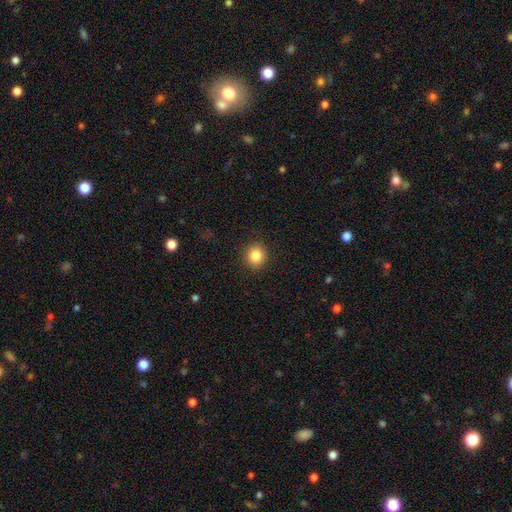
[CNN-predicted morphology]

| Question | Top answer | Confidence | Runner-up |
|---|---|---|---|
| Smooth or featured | smooth | 85% | star or artifact (10%) |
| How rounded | round | 86% | in between (14%) |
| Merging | none | 91% | minor disturbance (6%) |